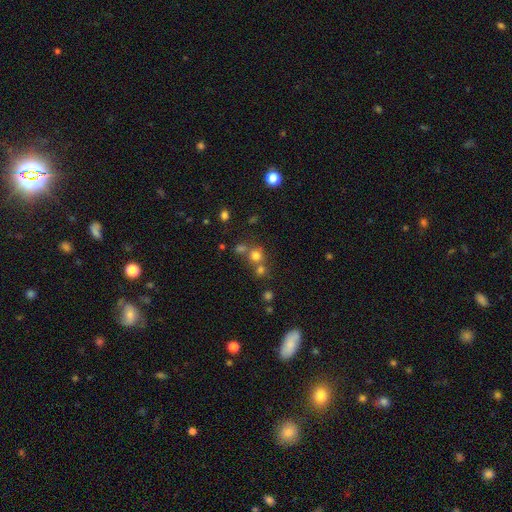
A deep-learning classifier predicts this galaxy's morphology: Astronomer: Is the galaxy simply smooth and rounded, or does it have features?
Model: smooth — 70%.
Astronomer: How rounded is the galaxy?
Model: round — 89%.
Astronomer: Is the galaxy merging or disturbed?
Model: none — 57%.